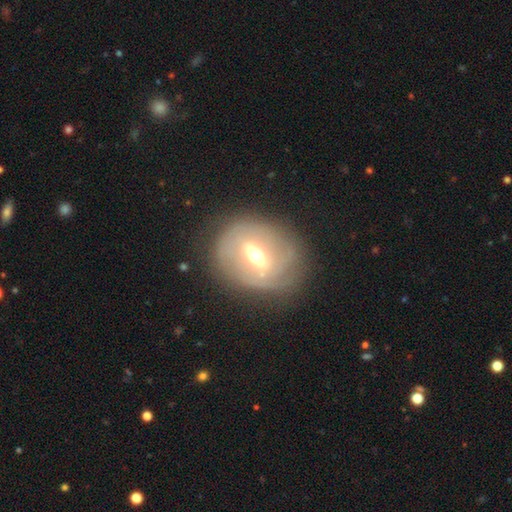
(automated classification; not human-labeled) Morphology: type=featured or disk (66%); edge-on=no (94%); bar=weak (50%); spiral arms=yes (60%); bulge=moderate (69%); merging=none (72%).